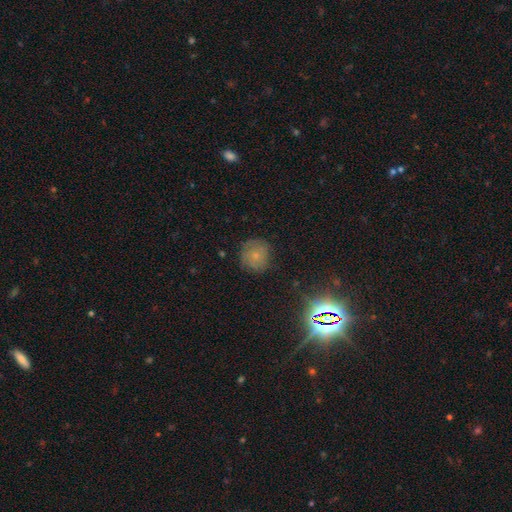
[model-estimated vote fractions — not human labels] The model was most divided on "smooth or featured": smooth: 65%, featured or disk: 20%, star or artifact: 15%. More confident: how rounded — round (90%); merging — none (77%).